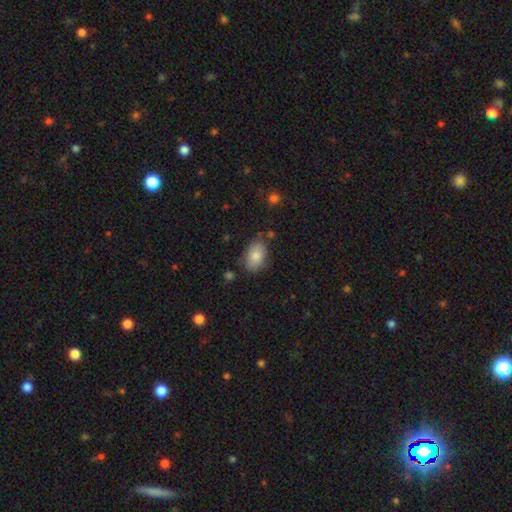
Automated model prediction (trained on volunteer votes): Smooth or featured?
  - smooth: 83% *
  - featured or disk: 10%
  - star or artifact: 7%
How rounded?
  - in between: 91% *
  - round: 8%
  - cigar-shaped: 1%
Merging?
  - none: 73% *
  - minor disturbance: 19%
  - major disturbance: 4%
  - merger: 4%